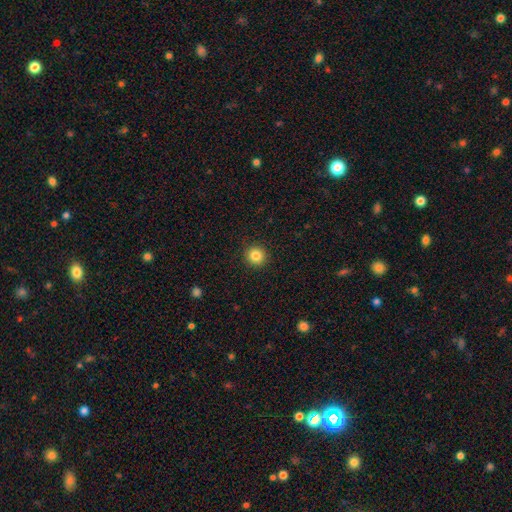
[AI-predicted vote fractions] Overall: smooth (84%). How rounded: round (94%). Merging: none (93%).